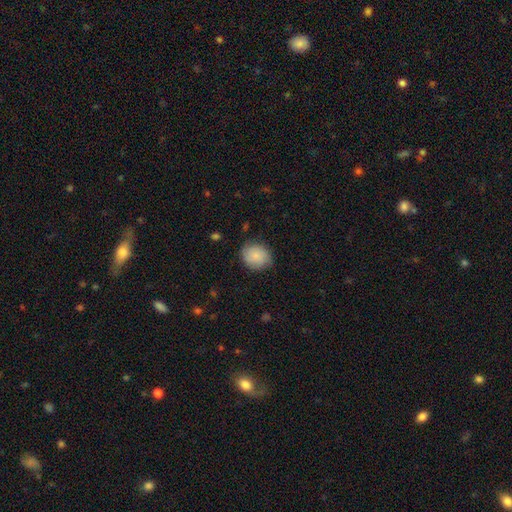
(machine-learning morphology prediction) Overall: smooth (82%). How rounded: round (71%). Merging: none (79%).